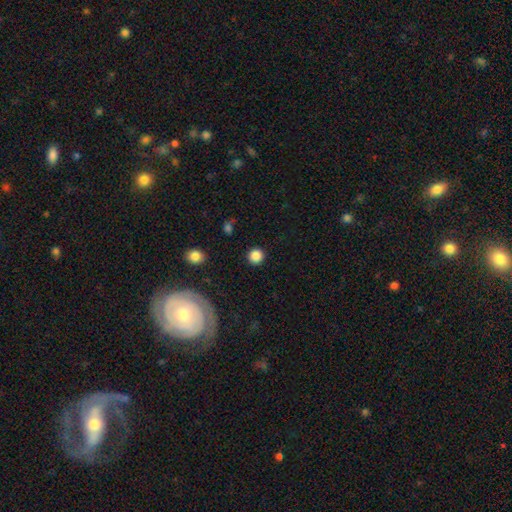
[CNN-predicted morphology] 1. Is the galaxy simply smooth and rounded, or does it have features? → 86% smooth, 11% star or artifact, 4% featured or disk.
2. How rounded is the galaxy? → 94% round, 5% in between, 1% cigar-shaped.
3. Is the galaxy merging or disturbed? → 90% none, 6% minor disturbance, 2% major disturbance, 1% merger.